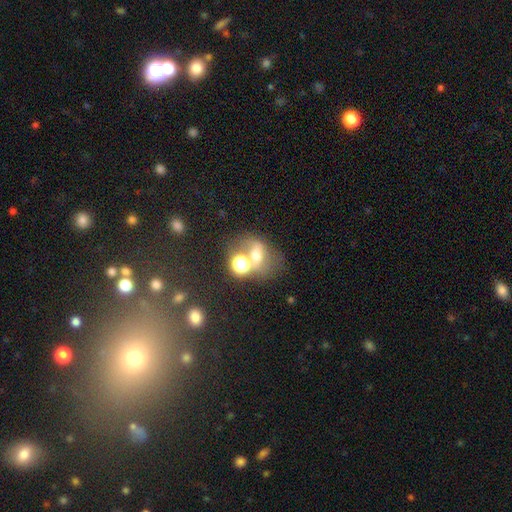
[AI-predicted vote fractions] Q: Smooth or featured?
A: smooth (48%); runner-up: featured or disk (30%)
Q: Merging?
A: merger (36%); runner-up: none (35%)